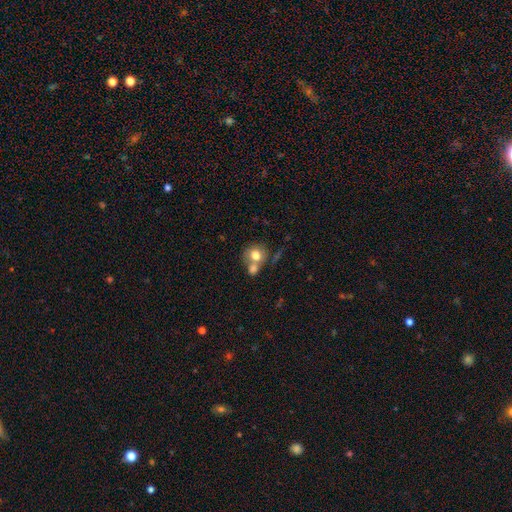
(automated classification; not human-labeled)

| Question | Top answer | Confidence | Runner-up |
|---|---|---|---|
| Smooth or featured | smooth | 76% | featured or disk (15%) |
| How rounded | round | 77% | in between (22%) |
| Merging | merger | 48% | none (38%) |